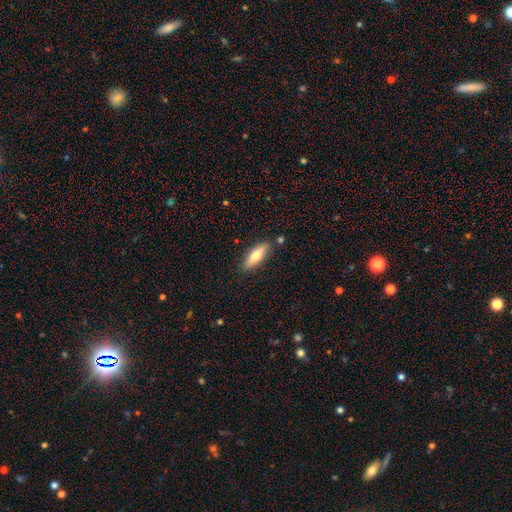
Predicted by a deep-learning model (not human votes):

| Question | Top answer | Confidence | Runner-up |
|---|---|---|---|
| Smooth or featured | smooth | 63% | featured or disk (31%) |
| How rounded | cigar-shaped | 55% | in between (43%) |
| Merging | none | 84% | minor disturbance (11%) |